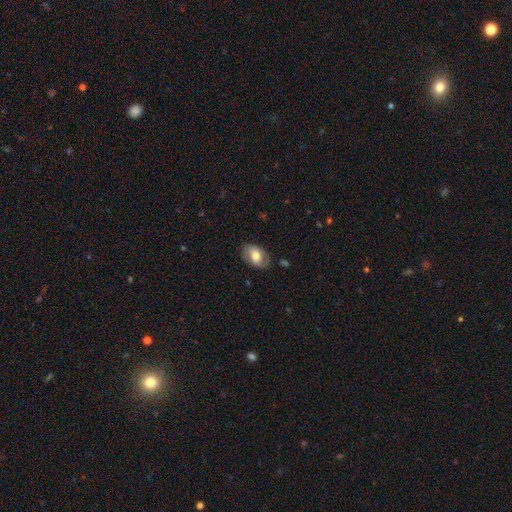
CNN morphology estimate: Smooth or featured: smooth — 58% (featured or disk — 35%)
How rounded: in between — 86% (round — 13%)
Merging: none — 74% (minor disturbance — 19%)